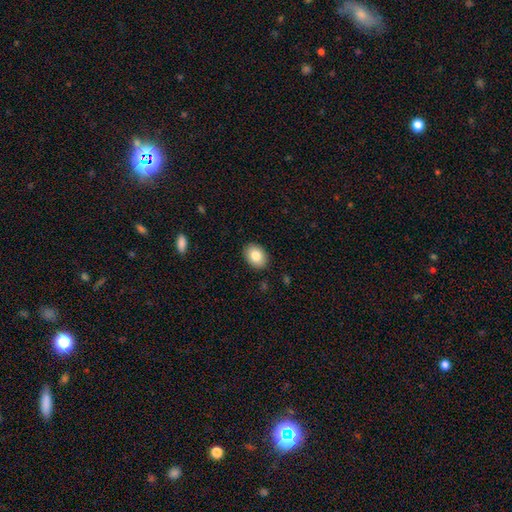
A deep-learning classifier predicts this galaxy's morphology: This is clearly a smooth galaxy (83%). How rounded: likely in between (70%). Merging: clearly none (89%).